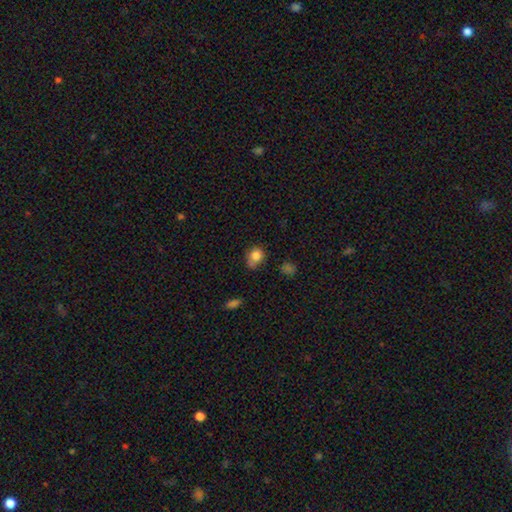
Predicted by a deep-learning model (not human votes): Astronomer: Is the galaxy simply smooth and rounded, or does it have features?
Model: smooth — 81%.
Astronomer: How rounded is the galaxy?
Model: round — 66%.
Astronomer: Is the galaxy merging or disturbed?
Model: none — 55%.